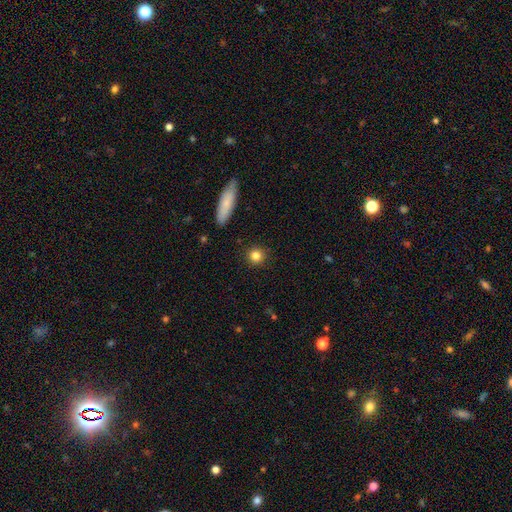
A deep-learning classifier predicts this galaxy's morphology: Overall: smooth (84%). How rounded: round (91%). Merging: none (90%).